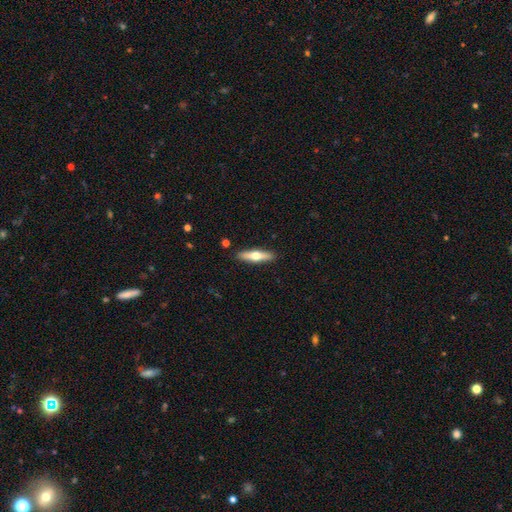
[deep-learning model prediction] A featured or disk galaxy (49%). Merging: none (90%).